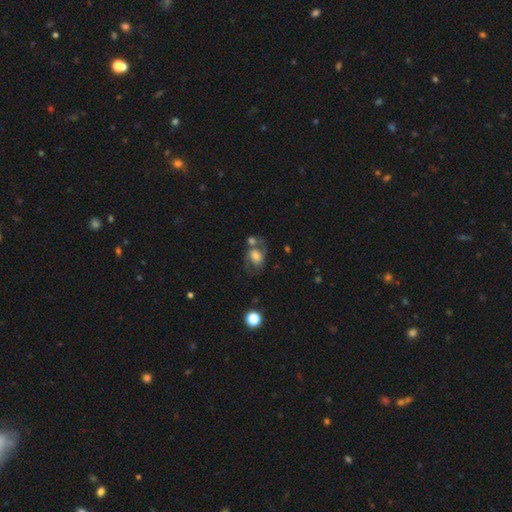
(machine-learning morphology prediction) A smooth galaxy with no disk features (54%) that is in between round and cigar-shaped (55%).

Vote fractions:
- Smooth or featured? smooth: 54% / featured or disk: 36% / star or artifact: 10%
- How rounded? in between: 55% / round: 44% / cigar-shaped: 1%
- Merging? none: 38% / merger: 29% / minor disturbance: 18% / major disturbance: 15%